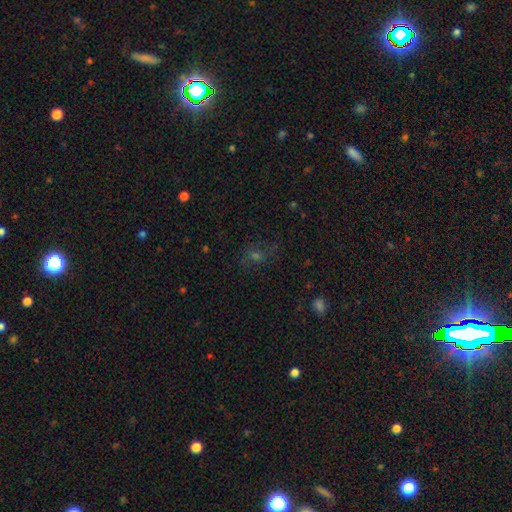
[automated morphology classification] smooth_or_featured: star or artifact (p=0.41) [alt: smooth p=0.35]